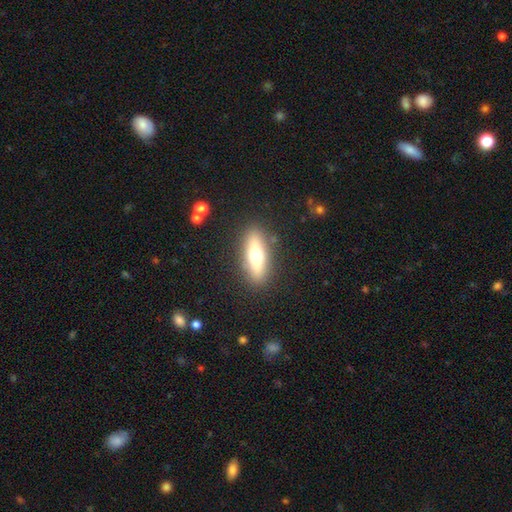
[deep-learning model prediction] Smooth or featured? smooth (49%)
Merging? none (86%)